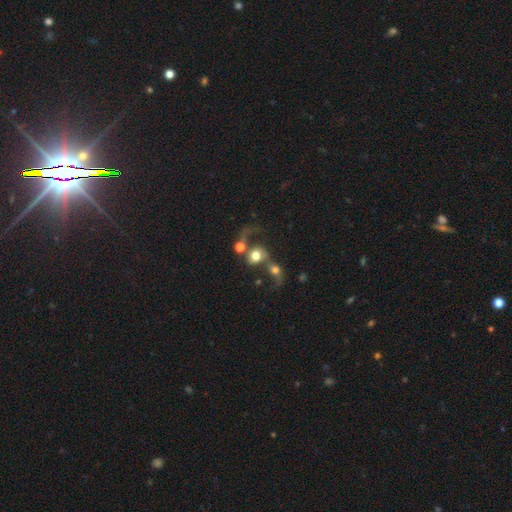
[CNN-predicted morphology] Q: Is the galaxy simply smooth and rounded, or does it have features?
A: smooth — 57%.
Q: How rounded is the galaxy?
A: round — 69%.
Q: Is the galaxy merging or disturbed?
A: merger — 57%.